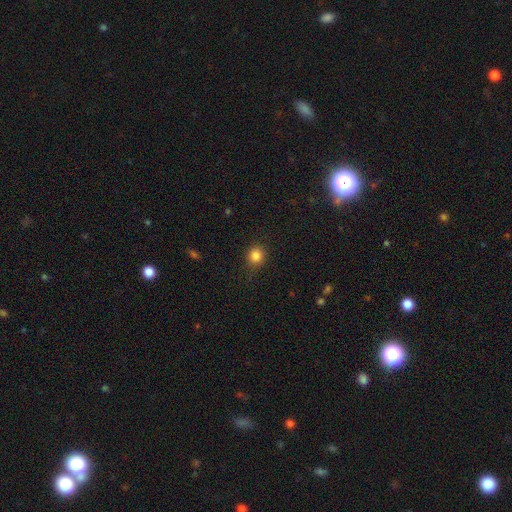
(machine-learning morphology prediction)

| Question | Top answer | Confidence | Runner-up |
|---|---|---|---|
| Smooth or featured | smooth | 83% | star or artifact (11%) |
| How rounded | round | 82% | in between (17%) |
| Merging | none | 85% | minor disturbance (11%) |